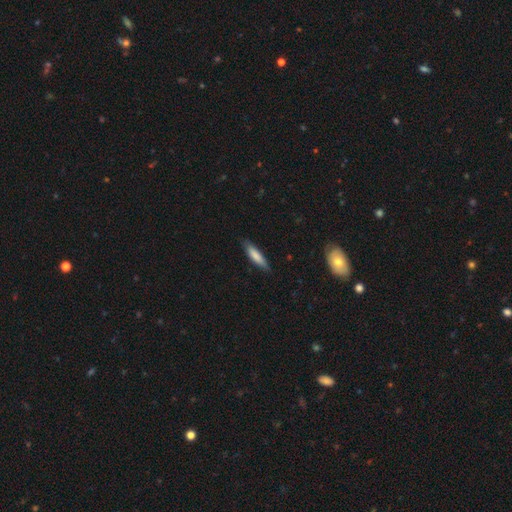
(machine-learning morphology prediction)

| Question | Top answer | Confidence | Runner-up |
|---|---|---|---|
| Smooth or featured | smooth | 78% | featured or disk (17%) |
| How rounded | cigar-shaped | 73% | in between (25%) |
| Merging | none | 81% | minor disturbance (16%) |